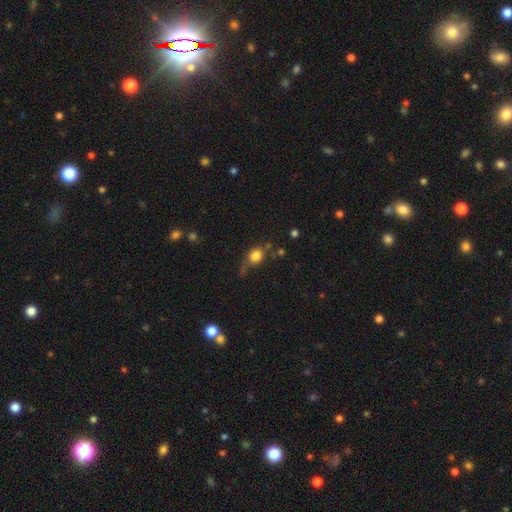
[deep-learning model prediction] Smooth or featured? Predicted: smooth (p=0.79). How rounded? Predicted: round (p=0.63). Merging? Predicted: none (p=0.45).